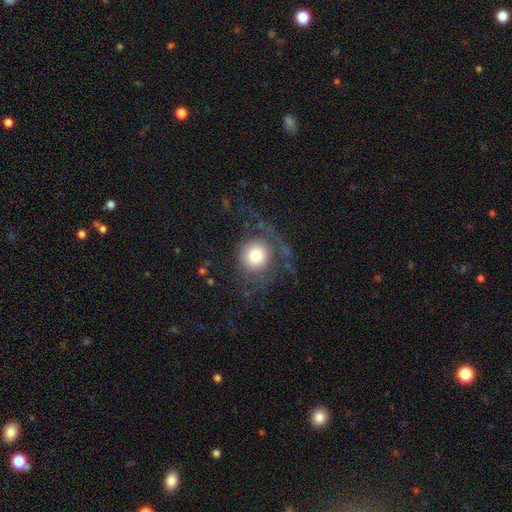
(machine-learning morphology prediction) type=smooth (67%); roundness=round (91%); merging=none (52%).